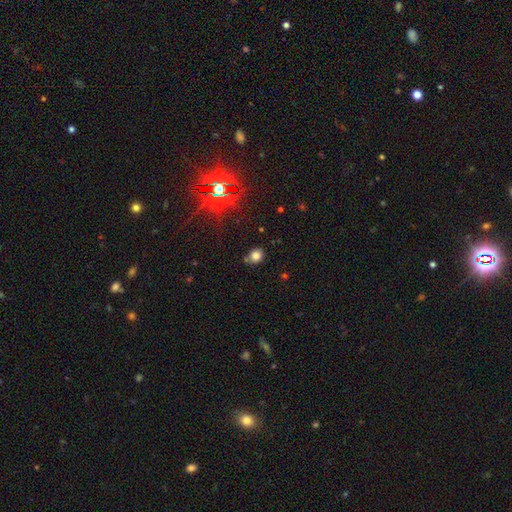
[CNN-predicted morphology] smooth-or-featured: smooth: 75% | star or artifact: 17% | featured or disk: 8%
  how-rounded: round: 61% | in between: 38% | cigar-shaped: 1%
  merging: none: 69% | minor disturbance: 20% | merger: 7% | major disturbance: 5%